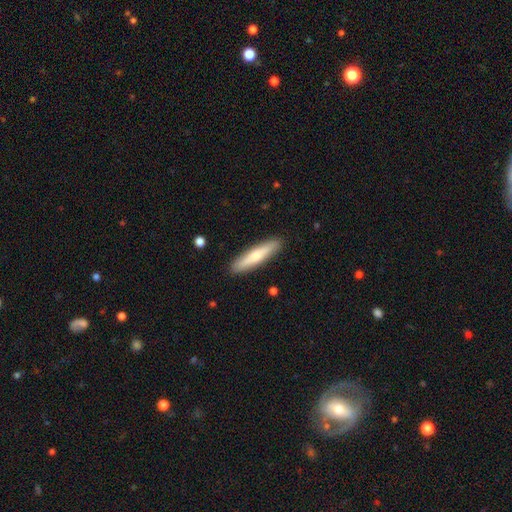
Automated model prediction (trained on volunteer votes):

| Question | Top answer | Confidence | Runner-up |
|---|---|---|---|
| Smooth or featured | smooth | 61% | featured or disk (34%) |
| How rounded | cigar-shaped | 85% | in between (13%) |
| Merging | none | 90% | minor disturbance (7%) |